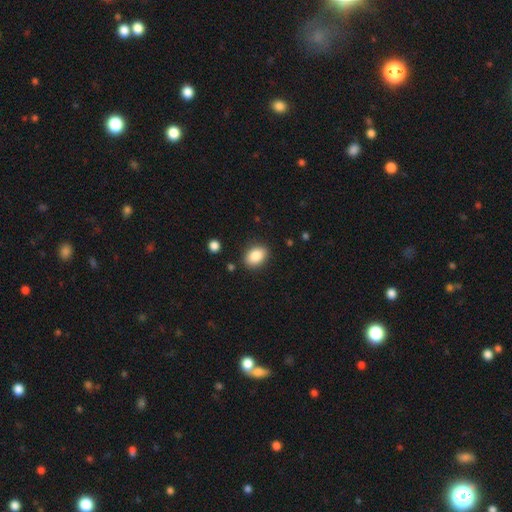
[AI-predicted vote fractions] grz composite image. It shows a smooth galaxy with no disk features (86%) that is in between round and cigar-shaped (77%). Merging: none (86%).